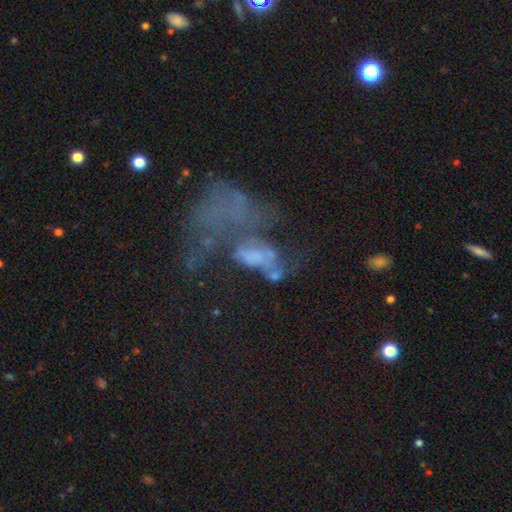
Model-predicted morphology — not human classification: smooth_or_featured: featured or disk (p=0.51) [alt: smooth p=0.28]
disk_edge_on: no (p=0.94) [alt: yes p=0.06]
merging: major disturbance (p=0.43) [alt: merger p=0.35]